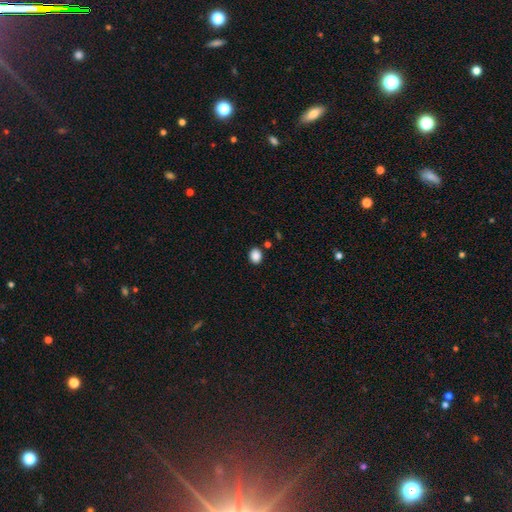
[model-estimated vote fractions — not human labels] This appears to be a smooth galaxy with no disk features (88%) that is round (51%). Merging: none (86%).